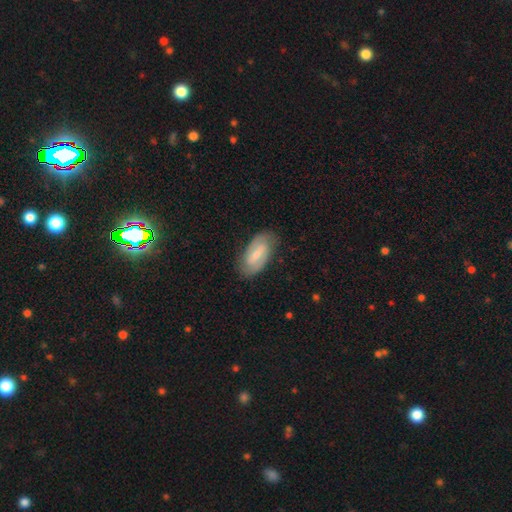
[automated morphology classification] The model was most divided on "bar": weak: 49%, strong: 35%, no: 16%. More confident: edge-on disk — no (94%); merging — none (82%); spiral arms — yes (81%); smooth or featured — featured or disk (63%); bulge size — small (56%).